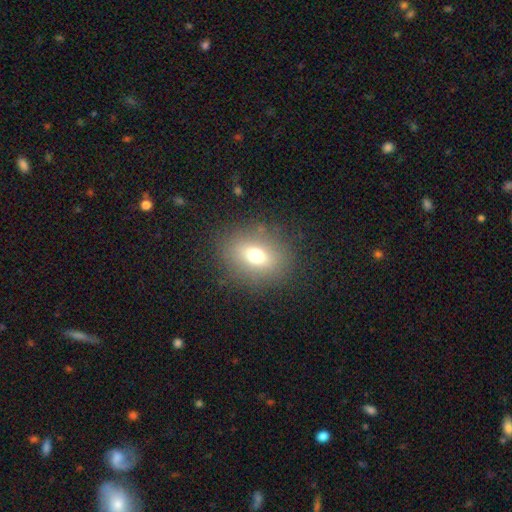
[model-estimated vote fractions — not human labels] smooth 68%, star or artifact 16%, featured or disk 16%. Down the decision tree: how rounded — in between (51%); merging — none (84%).